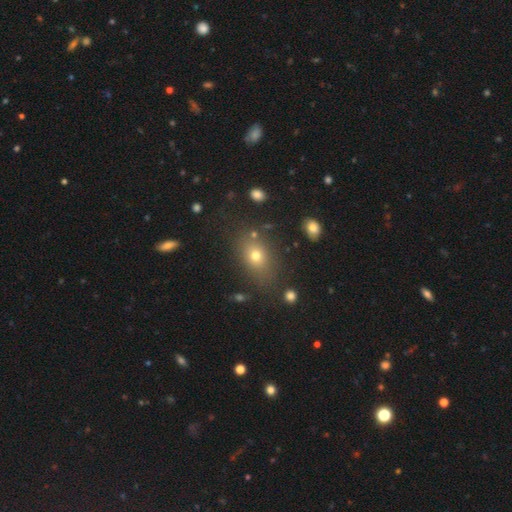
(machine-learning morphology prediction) A smooth galaxy with no disk features (71%) that is in between round and cigar-shaped (69%). Merging: none (75%).